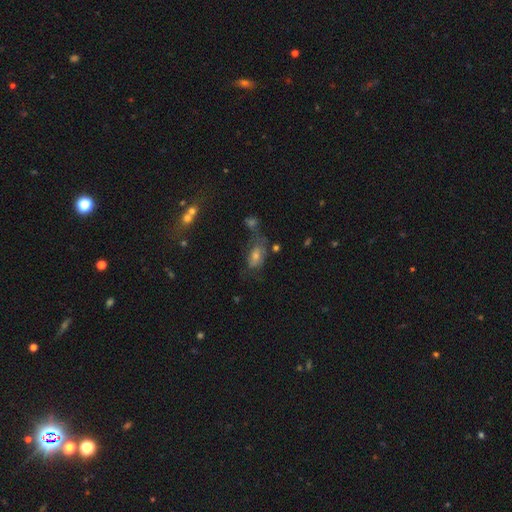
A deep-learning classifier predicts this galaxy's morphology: Smooth or featured? smooth (44%)
Merging? none (46%)